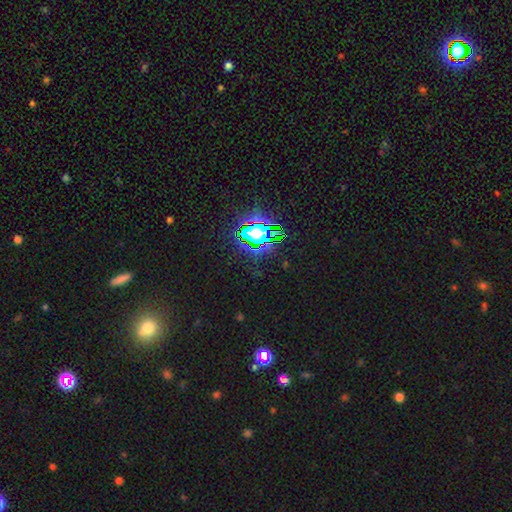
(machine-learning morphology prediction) This appears to be a star or artifact, not a galaxy (81%).